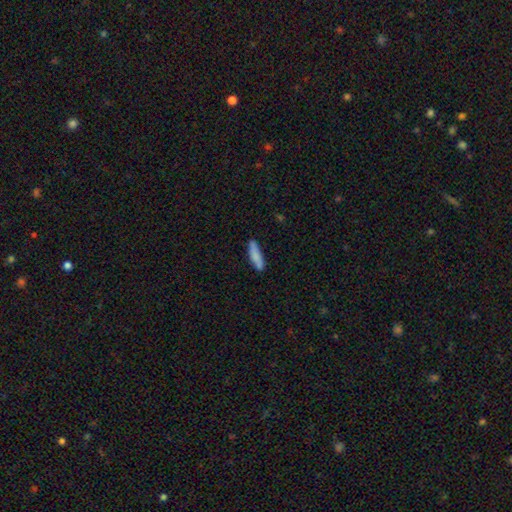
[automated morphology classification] type=smooth (82%); roundness=cigar-shaped (74%); merging=none (80%).